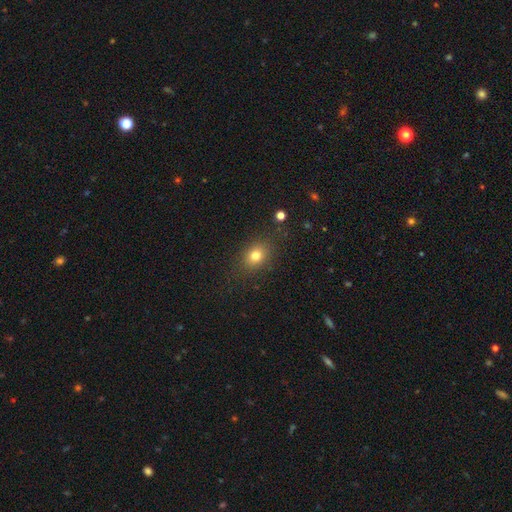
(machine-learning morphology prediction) smooth 78%, star or artifact 13%, featured or disk 9%. Down the decision tree: how rounded — in between (57%); merging — none (83%).